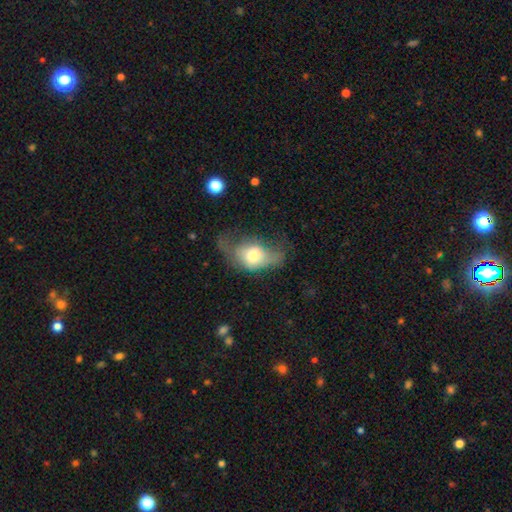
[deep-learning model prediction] Q: Smooth or featured?
A: smooth (46%); runner-up: featured or disk (40%)
Q: Merging?
A: none (40%); runner-up: minor disturbance (30%)